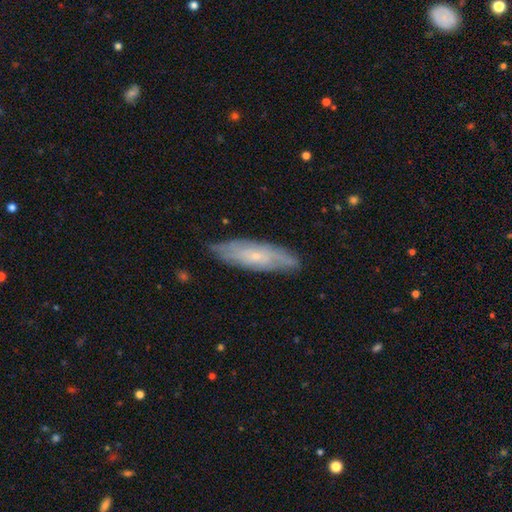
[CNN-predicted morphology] Overall: featured or disk (57%; smooth 36%). Edge-on disk: no (68%; yes 32%). Merging: none (79%).